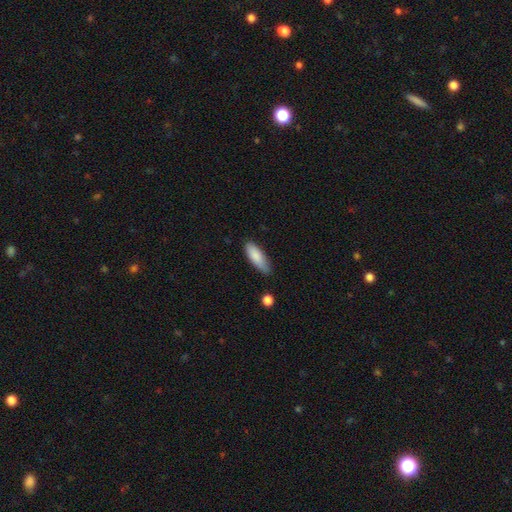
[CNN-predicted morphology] The model was most divided on "how rounded": in between: 62%, cigar-shaped: 36%, round: 2%. More confident: smooth or featured — smooth (85%); merging — none (69%).